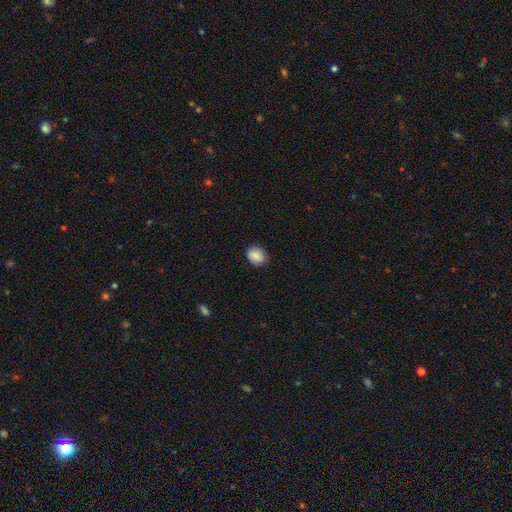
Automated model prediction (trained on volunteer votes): A smooth galaxy with no disk features (88%) that is round (58%).

Vote fractions:
- Smooth or featured? smooth: 88% / star or artifact: 8% / featured or disk: 4%
- How rounded? round: 58% / in between: 41% / cigar-shaped: 1%
- Merging? none: 87% / minor disturbance: 10% / major disturbance: 2% / merger: 1%